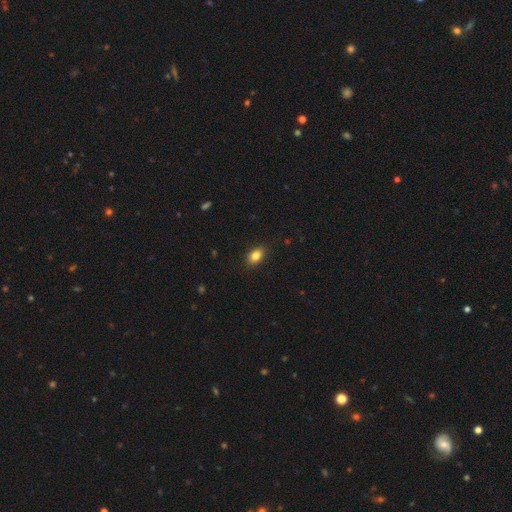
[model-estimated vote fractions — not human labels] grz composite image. It shows a smooth galaxy with no disk features (84%) that is in between round and cigar-shaped (79%). Merging: none (87%).